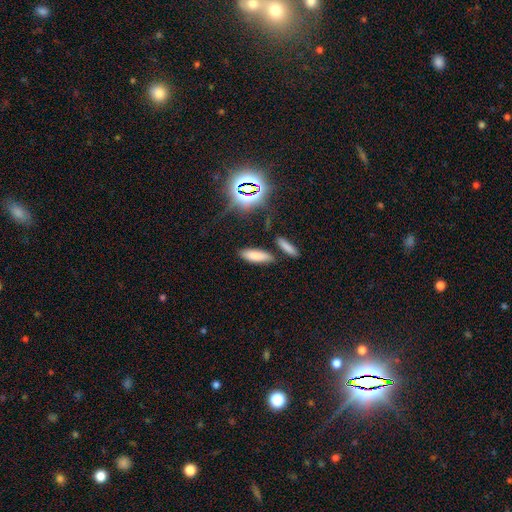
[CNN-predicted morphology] Overall: smooth (77%). How rounded: in between (55%; cigar-shaped 42%). Merging: none (80%).